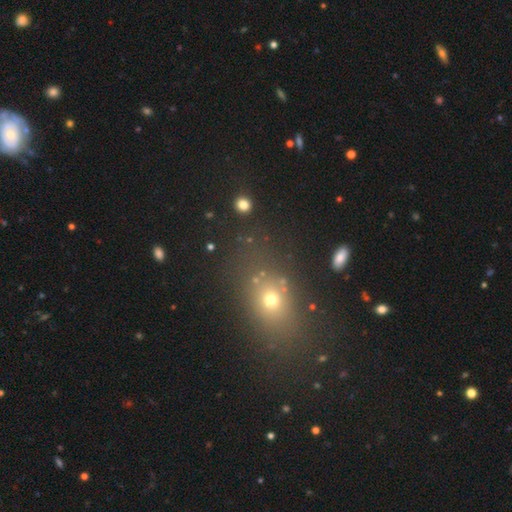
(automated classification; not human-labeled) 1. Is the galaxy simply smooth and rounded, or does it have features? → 54% smooth, 34% star or artifact, 12% featured or disk.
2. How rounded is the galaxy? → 56% in between, 40% round, 4% cigar-shaped.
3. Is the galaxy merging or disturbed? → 78% none, 12% minor disturbance, 6% major disturbance, 4% merger.